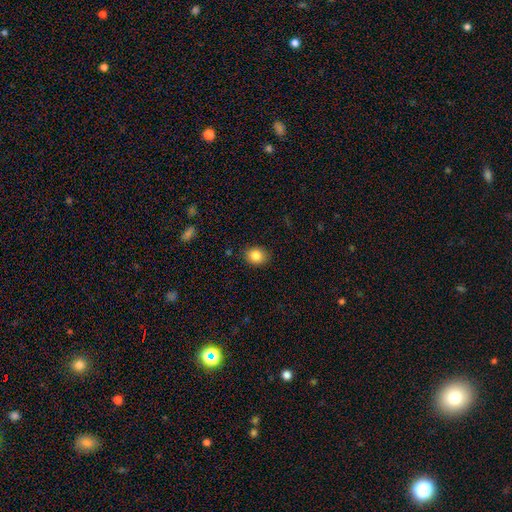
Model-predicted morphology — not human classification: Smooth or featured? smooth (85%)
How rounded? round (61%)
Merging? none (87%)